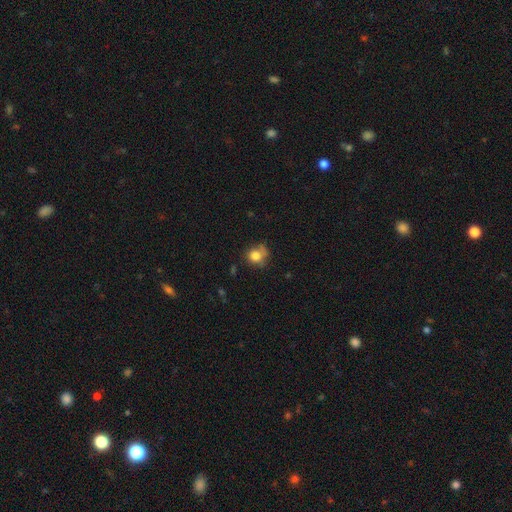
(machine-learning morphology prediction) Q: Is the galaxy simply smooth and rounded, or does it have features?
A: smooth — 78%.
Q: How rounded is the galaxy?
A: round — 76%.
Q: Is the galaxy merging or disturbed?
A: none — 54%.